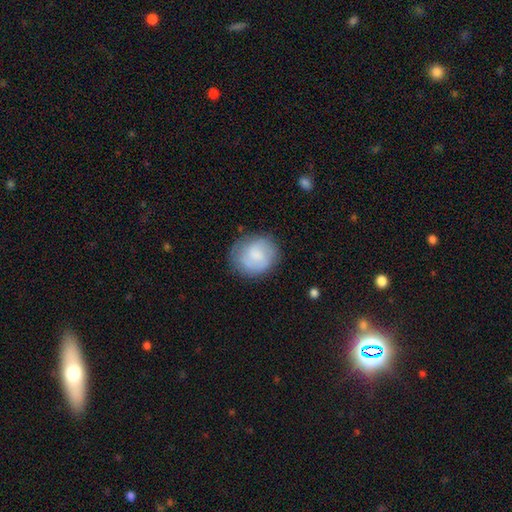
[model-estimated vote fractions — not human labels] The model was most divided on "smooth or featured": smooth: 63%, featured or disk: 30%, star or artifact: 7%. More confident: how rounded — round (72%); merging — none (71%).